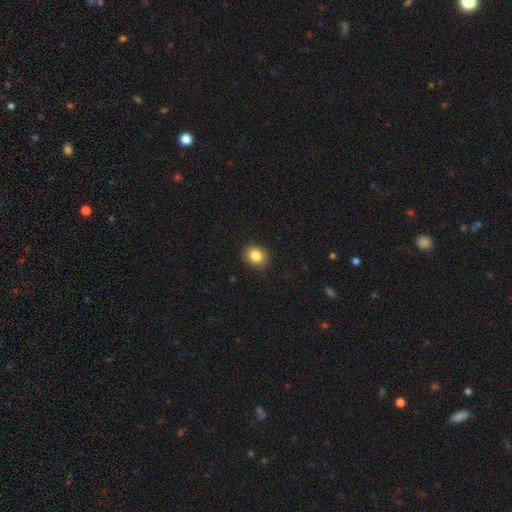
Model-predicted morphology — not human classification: Q: Smooth or featured?
A: smooth (85%); runner-up: star or artifact (10%)
Q: How rounded?
A: round (63%); runner-up: in between (36%)
Q: Merging?
A: none (86%); runner-up: minor disturbance (11%)